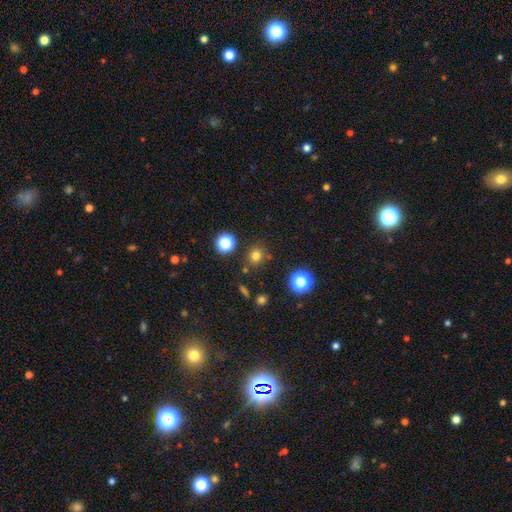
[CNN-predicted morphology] The model was most divided on "smooth or featured": smooth: 75%, star or artifact: 19%, featured or disk: 6%. More confident: how rounded — round (82%); merging — none (81%).